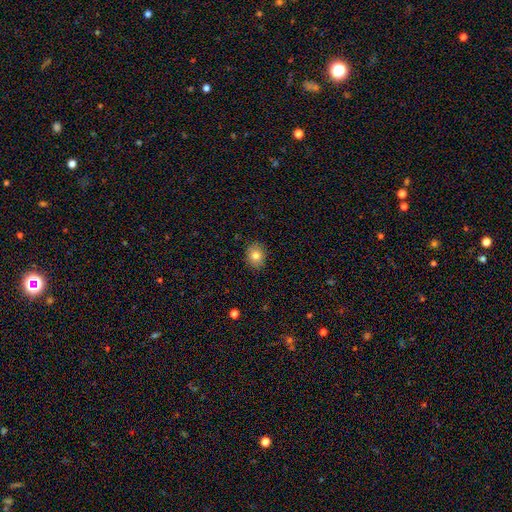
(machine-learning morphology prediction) A smooth galaxy with no disk features (81%) that is round (58%).

Vote fractions:
- Smooth or featured? smooth: 81% / star or artifact: 10% / featured or disk: 9%
- How rounded? round: 58% / in between: 41% / cigar-shaped: 1%
- Merging? none: 88% / minor disturbance: 9% / major disturbance: 2% / merger: 1%